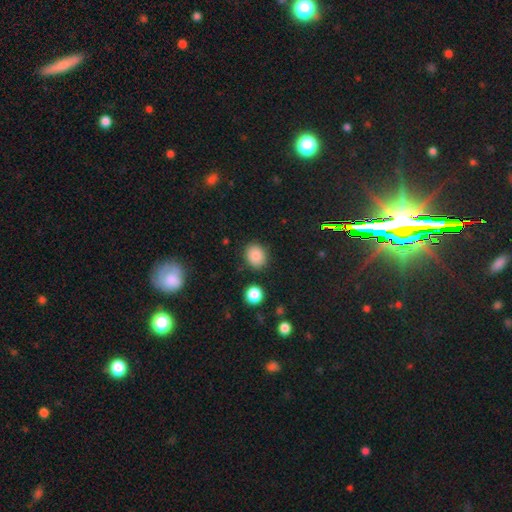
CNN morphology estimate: Overall: smooth (84%). How rounded: round (63%; in between 36%). Merging: none (86%).